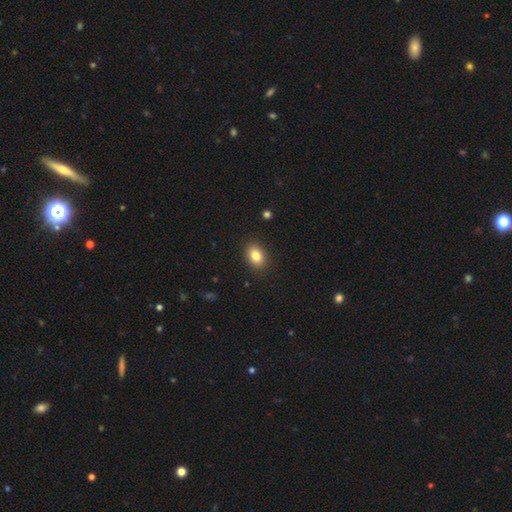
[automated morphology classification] Smooth or featured? Predicted: smooth (p=0.83). How rounded? Predicted: in between (p=0.77). Merging? Predicted: none (p=0.89).